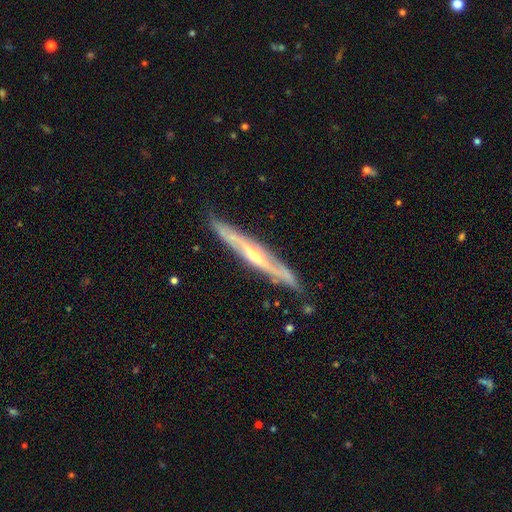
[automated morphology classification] Smooth or featured? Predicted: featured or disk (p=0.78). Edge-on disk? Predicted: yes (p=0.79). Edge-on bulge? Predicted: rounded (p=0.64). Merging? Predicted: none (p=0.81).